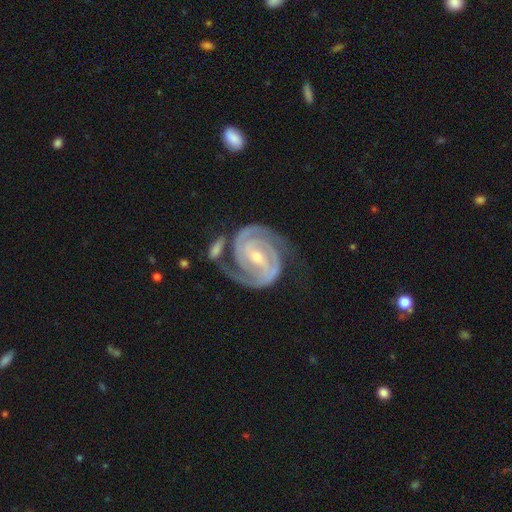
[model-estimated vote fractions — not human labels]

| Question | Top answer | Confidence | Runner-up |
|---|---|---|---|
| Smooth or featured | featured or disk | 93% | star or artifact (4%) |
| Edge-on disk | no | 98% | yes (2%) |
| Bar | strong | 43% | weak (36%) |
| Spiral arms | yes | 99% | no (1%) |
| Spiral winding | tight | 67% | medium (29%) |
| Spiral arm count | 2 | 86% | 3 (6%) |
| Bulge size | small | 56% | moderate (41%) |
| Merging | none | 69% | minor disturbance (16%) |